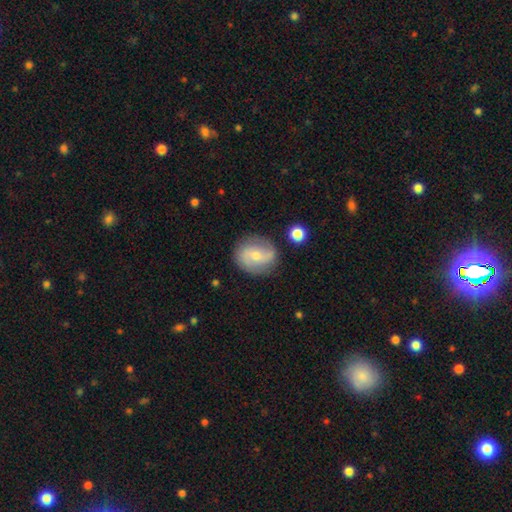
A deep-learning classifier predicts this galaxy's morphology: Q: Smooth or featured?
A: featured or disk (60%); runner-up: smooth (33%)
Q: Edge-on disk?
A: no (97%); runner-up: yes (3%)
Q: Bar?
A: no (44%); runner-up: weak (42%)
Q: Spiral arms?
A: yes (84%); runner-up: no (16%)
Q: Bulge size?
A: small (51%); runner-up: moderate (44%)
Q: Merging?
A: none (79%); runner-up: minor disturbance (14%)